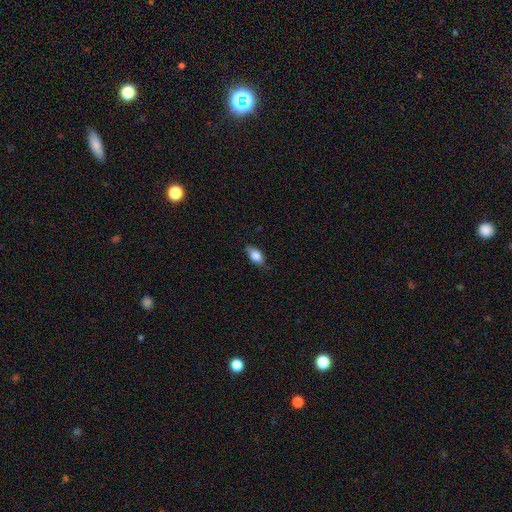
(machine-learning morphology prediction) type=smooth (82%); roundness=in between (89%); merging=none (79%).